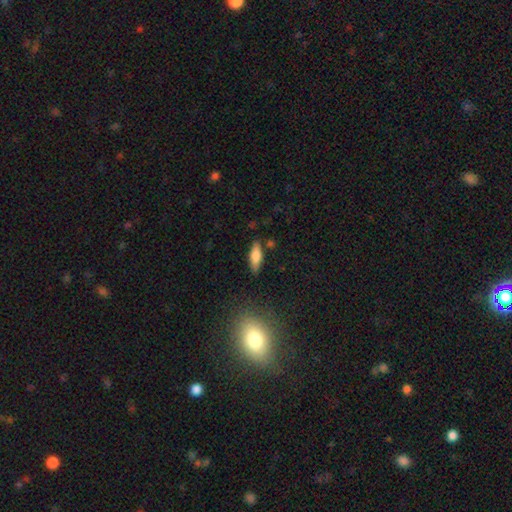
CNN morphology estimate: This appears to be a smooth galaxy with no disk features (69%) that is in between round and cigar-shaped (60%). Merging: none (82%).